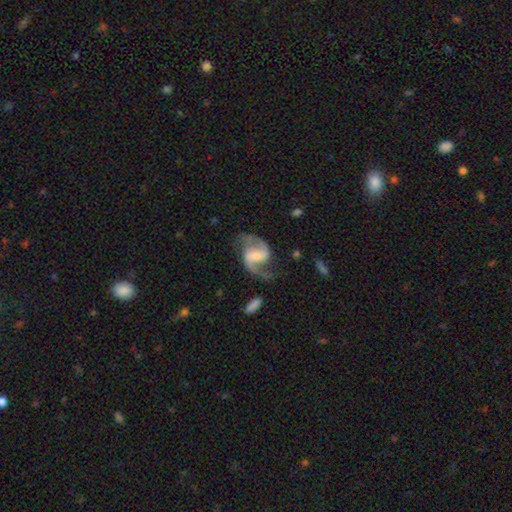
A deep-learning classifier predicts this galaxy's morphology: Overall: featured or disk (90%). Edge-on disk: no (98%). Bar: weak (49%; strong 27%). Spiral arms: yes (98%). Spiral arm count: 2 (93%). Spiral winding: medium (48%; loose 44%). Bulge size: small (47%; moderate 37%). Merging: none (73%).